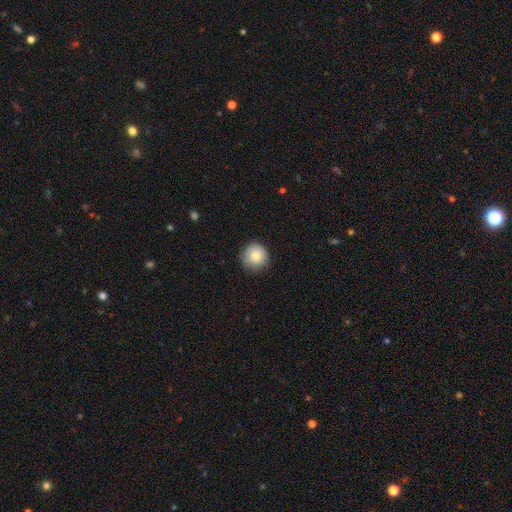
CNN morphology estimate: The model was most divided on "merging": none: 84%, minor disturbance: 12%, major disturbance: 2%, merger: 1%. More confident: how rounded — round (95%); smooth or featured — smooth (83%).